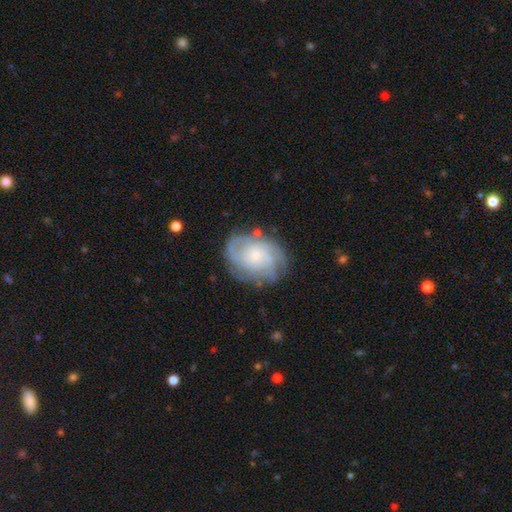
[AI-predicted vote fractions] A featured or disk galaxy (76%) with no bar (77%), tight (57%) spiral arms (92%) and a small central bulge (72%). Merging: none (72%).